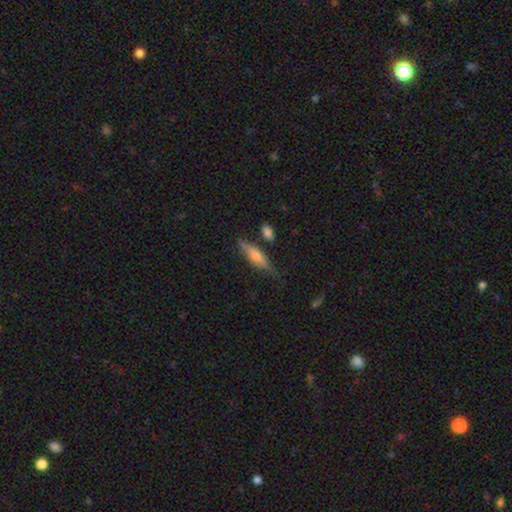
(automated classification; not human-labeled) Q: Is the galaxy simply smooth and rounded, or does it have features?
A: smooth — 52%.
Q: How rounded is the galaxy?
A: cigar-shaped — 67%.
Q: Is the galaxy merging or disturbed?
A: none — 69%.